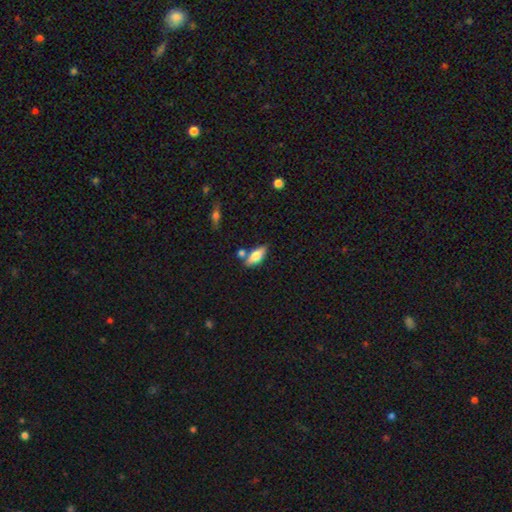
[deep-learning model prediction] smooth-or-featured: smooth: 66% | featured or disk: 27% | star or artifact: 7%
  how-rounded: in between: 77% | cigar-shaped: 20% | round: 3%
  merging: none: 69% | minor disturbance: 14% | merger: 13% | major disturbance: 4%